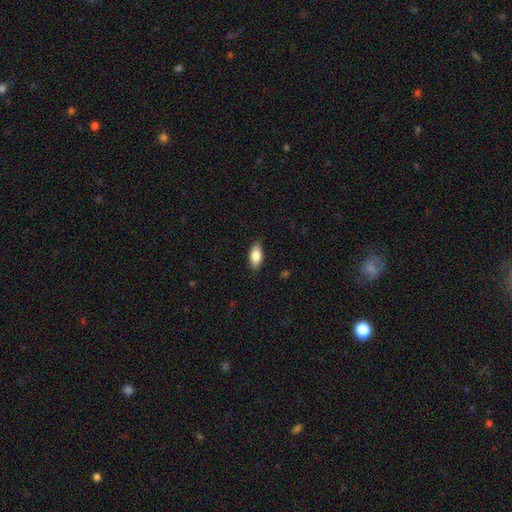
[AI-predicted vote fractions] This appears to be a smooth galaxy with no disk features (83%) that is in between round and cigar-shaped (88%). Merging: none (87%).